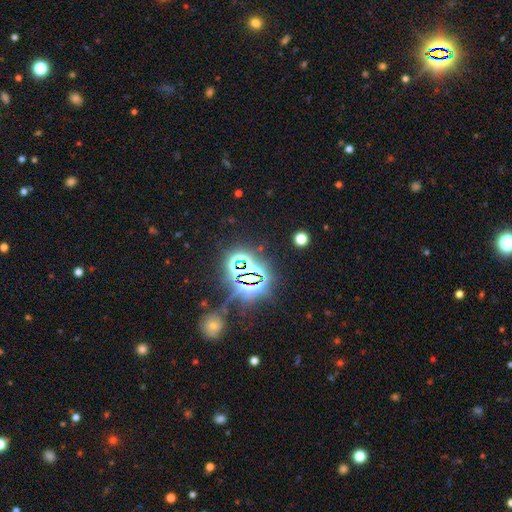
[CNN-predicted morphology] star or artifact 79%, smooth 13%, featured or disk 8%.